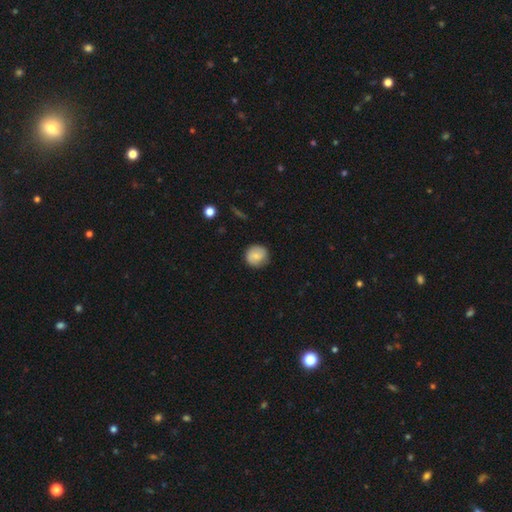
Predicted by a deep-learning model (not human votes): smooth-or-featured: smooth: 80% | featured or disk: 13% | star or artifact: 8%
  how-rounded: round: 92% | in between: 7% | cigar-shaped: 1%
  merging: none: 85% | minor disturbance: 11% | major disturbance: 3% | merger: 1%